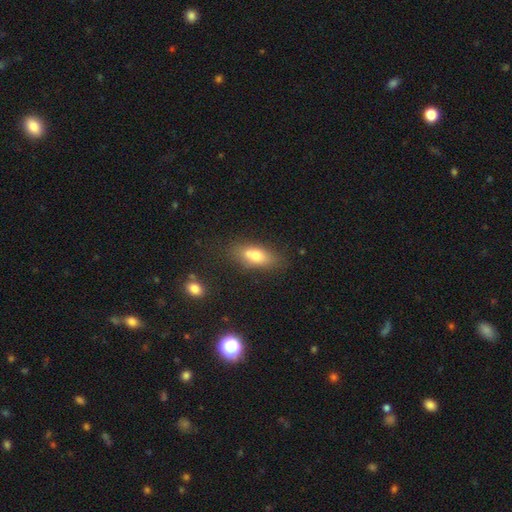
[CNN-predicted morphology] Smooth or featured: smooth — 69% (featured or disk — 22%)
How rounded: in between — 78% (cigar-shaped — 14%)
Merging: none — 55% (merger — 24%)